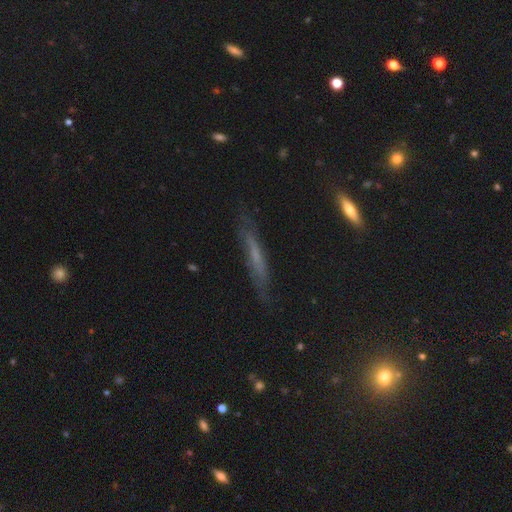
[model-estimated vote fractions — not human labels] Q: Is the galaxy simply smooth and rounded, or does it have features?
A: featured or disk — 46%.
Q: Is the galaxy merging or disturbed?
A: none — 74%.